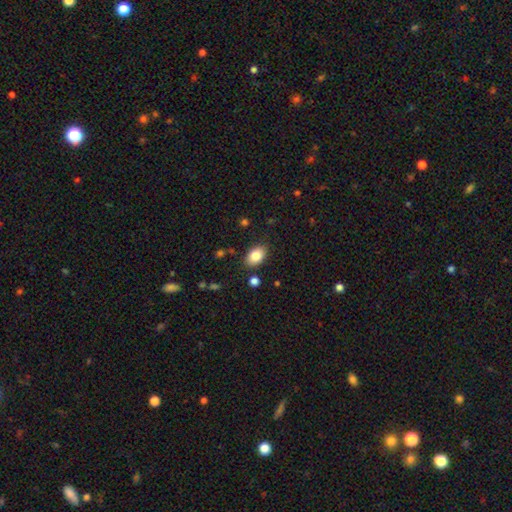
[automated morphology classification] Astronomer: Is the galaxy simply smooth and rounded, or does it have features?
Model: smooth — 84%.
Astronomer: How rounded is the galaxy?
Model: in between — 87%.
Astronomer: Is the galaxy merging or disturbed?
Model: none — 84%.